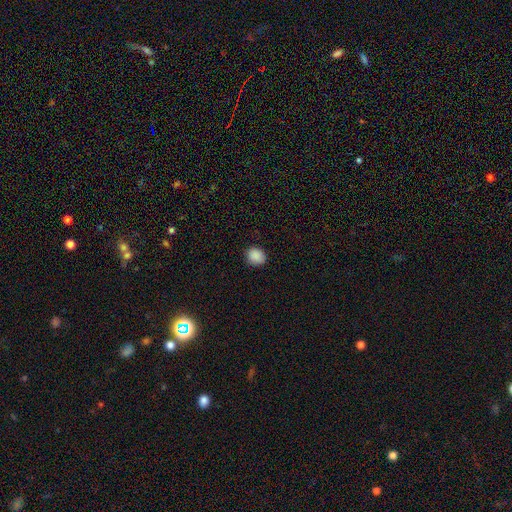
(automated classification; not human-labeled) Q: Smooth or featured?
A: smooth (89%); runner-up: star or artifact (9%)
Q: How rounded?
A: round (67%); runner-up: in between (32%)
Q: Merging?
A: none (88%); runner-up: minor disturbance (9%)